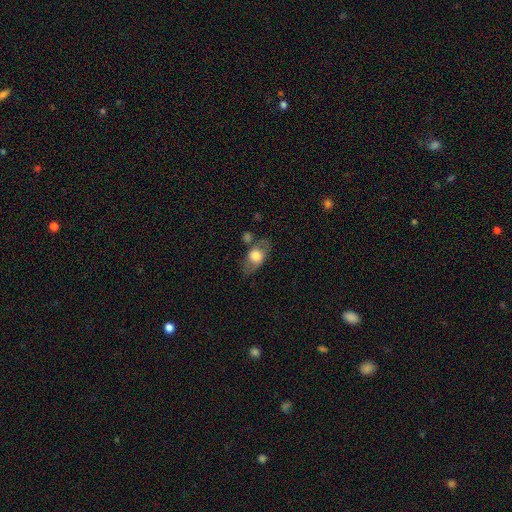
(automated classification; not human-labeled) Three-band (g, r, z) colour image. It shows a smooth galaxy with no disk features (63%) that is in between round and cigar-shaped (77%). Merging: none (64%).